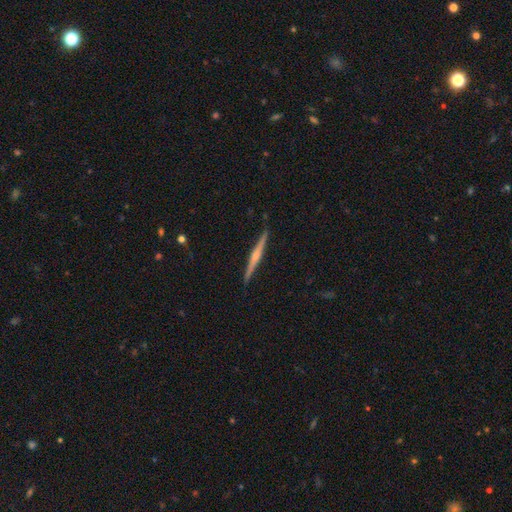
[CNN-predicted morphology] Overall: featured or disk (75%). Edge-on disk: yes (98%). Edge-on bulge: rounded (75%). Merging: none (91%).